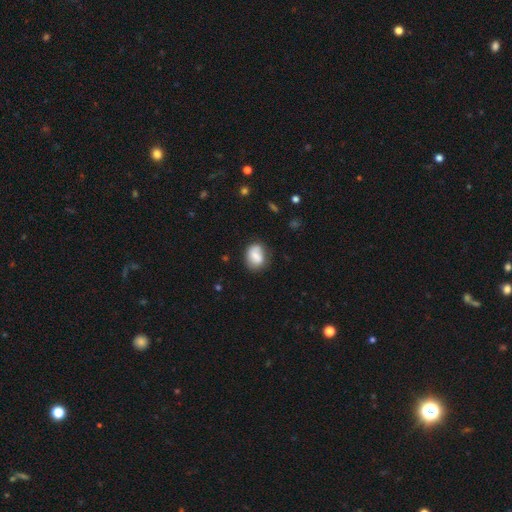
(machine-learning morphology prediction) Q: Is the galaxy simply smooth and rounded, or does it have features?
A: smooth — 76%.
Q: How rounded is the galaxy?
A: in between — 60%.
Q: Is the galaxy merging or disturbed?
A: none — 62%.